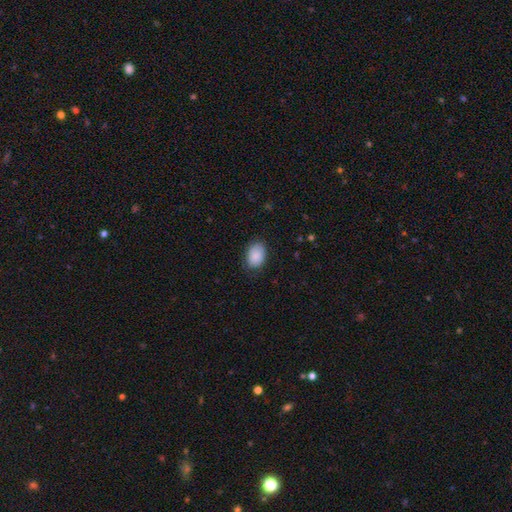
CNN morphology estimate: This is clearly a smooth galaxy (87%). How rounded: clearly in between (84%). Merging: likely none (80%).